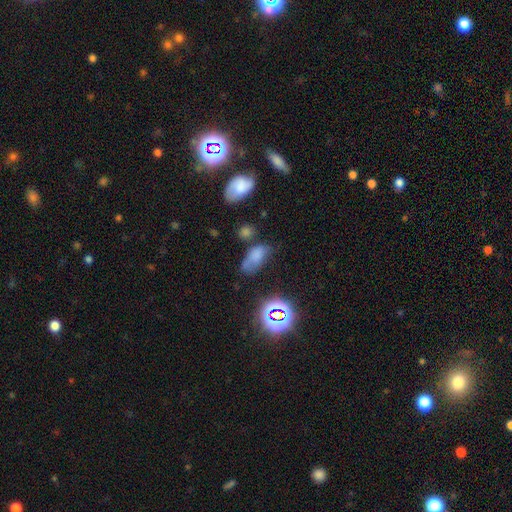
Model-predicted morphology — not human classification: Smooth or featured: smooth — 67% (star or artifact — 18%)
How rounded: in between — 88% (round — 8%)
Merging: none — 41% (minor disturbance — 30%)